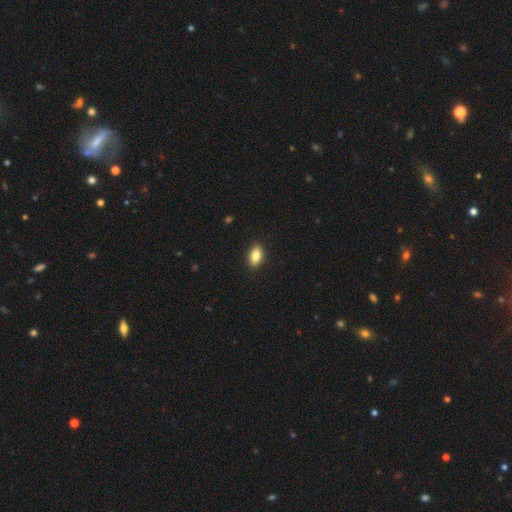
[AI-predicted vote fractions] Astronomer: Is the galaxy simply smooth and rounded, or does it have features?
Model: smooth — 85%.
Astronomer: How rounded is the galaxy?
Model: in between — 89%.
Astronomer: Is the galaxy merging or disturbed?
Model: none — 90%.